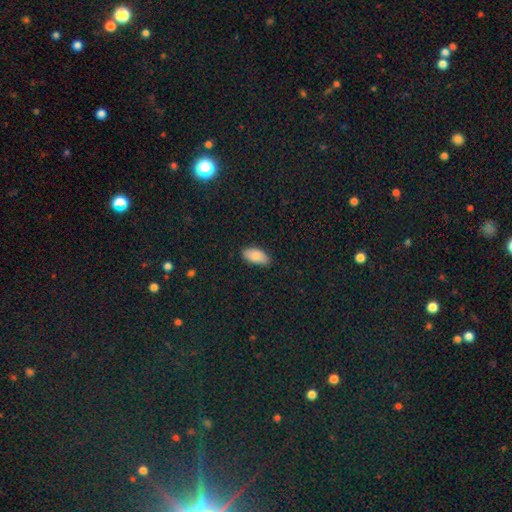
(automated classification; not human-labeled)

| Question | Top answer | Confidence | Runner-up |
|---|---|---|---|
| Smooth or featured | smooth | 86% | star or artifact (8%) |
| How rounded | in between | 94% | cigar-shaped (4%) |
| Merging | none | 85% | minor disturbance (11%) |